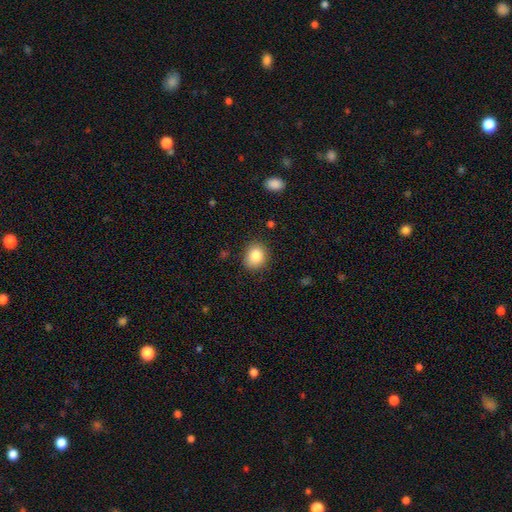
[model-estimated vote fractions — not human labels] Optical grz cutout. It shows a smooth galaxy with no disk features (85%) that is round (65%). Merging: none (84%).